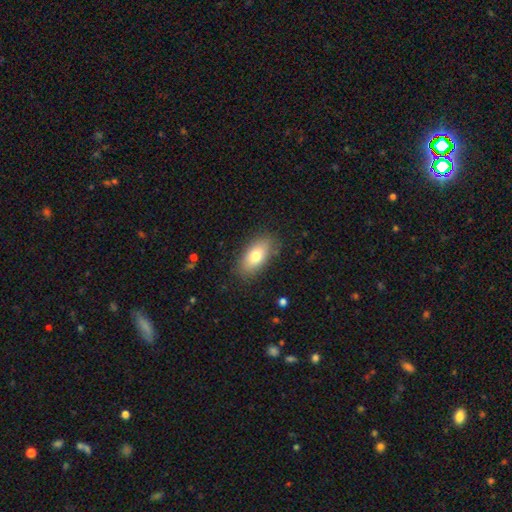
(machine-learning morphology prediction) Smooth or featured?
  - smooth: 77% *
  - featured or disk: 16%
  - star or artifact: 7%
How rounded?
  - in between: 89% *
  - cigar-shaped: 6%
  - round: 4%
Merging?
  - none: 85% *
  - minor disturbance: 11%
  - major disturbance: 3%
  - merger: 1%